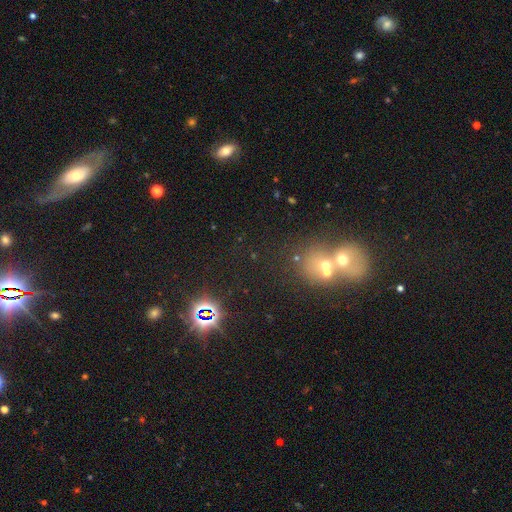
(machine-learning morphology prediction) smooth 40%, star or artifact 39%, featured or disk 21%. Down the decision tree: merging — merger (47%).